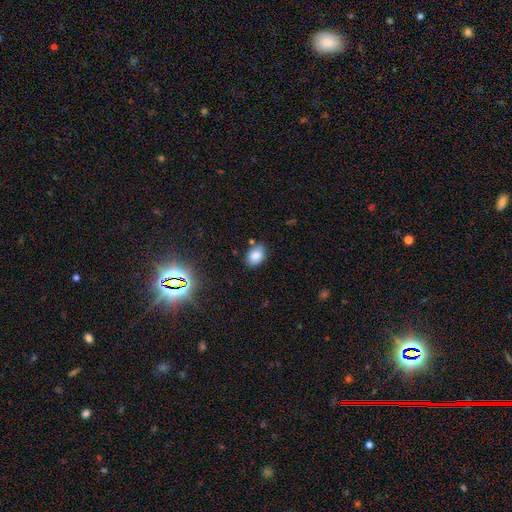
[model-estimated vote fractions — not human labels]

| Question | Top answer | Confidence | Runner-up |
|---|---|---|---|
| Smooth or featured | smooth | 82% | star or artifact (11%) |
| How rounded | in between | 75% | round (23%) |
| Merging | none | 74% | minor disturbance (18%) |